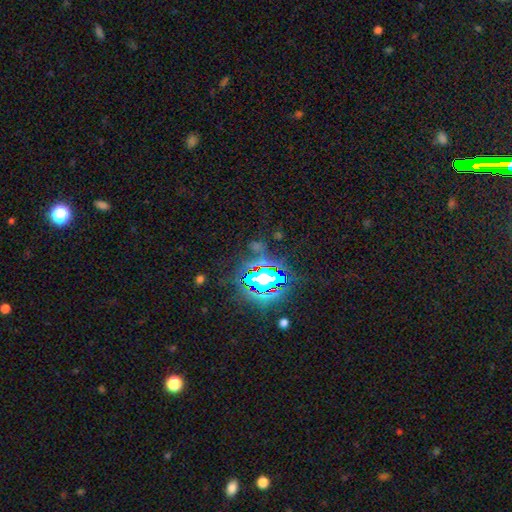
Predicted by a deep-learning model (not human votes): Smooth or featured: star or artifact — 82% (smooth — 11%)